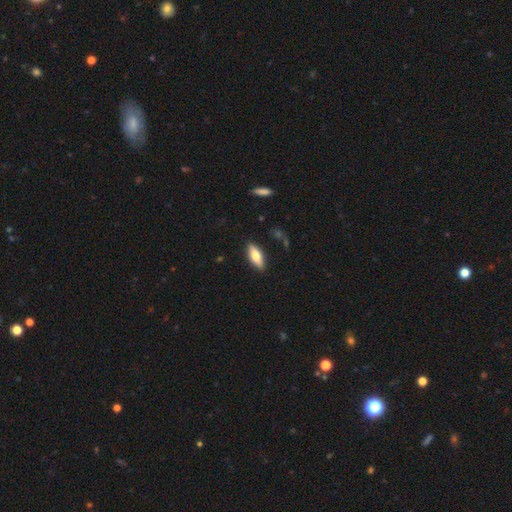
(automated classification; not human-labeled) Smooth or featured? Predicted: smooth (p=0.66). How rounded? Predicted: in between (p=0.65). Merging? Predicted: none (p=0.86).